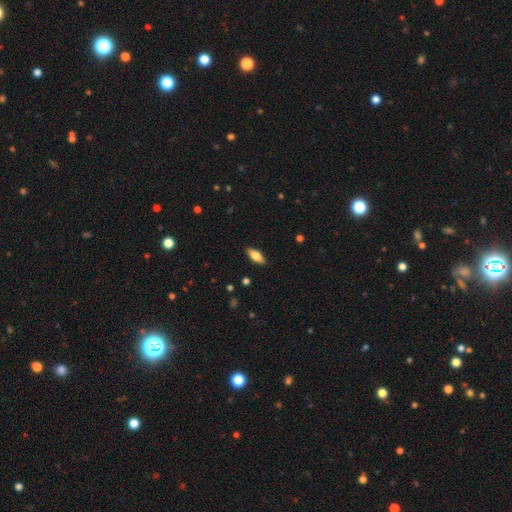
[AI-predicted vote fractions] Smooth or featured: smooth — 77% (featured or disk — 17%)
How rounded: in between — 78% (cigar-shaped — 20%)
Merging: none — 89% (minor disturbance — 9%)